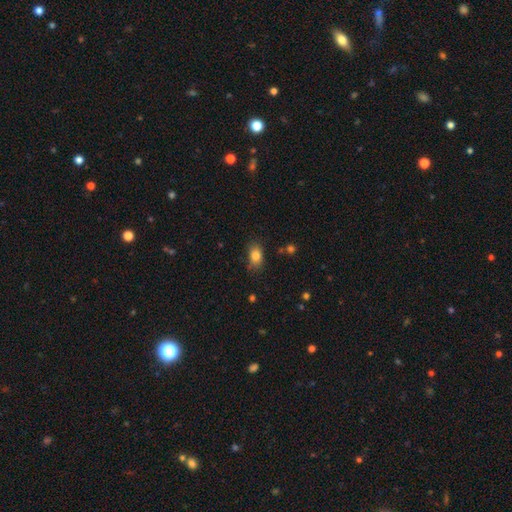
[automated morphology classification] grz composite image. It shows a smooth galaxy with no disk features (83%) that is in between round and cigar-shaped (80%). Merging: none (79%).